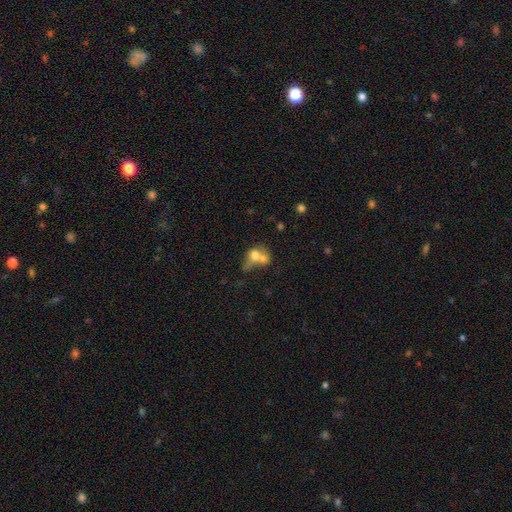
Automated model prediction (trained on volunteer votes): Morphology: type=smooth (65%); roundness=round (53%); merging=merger (68%).